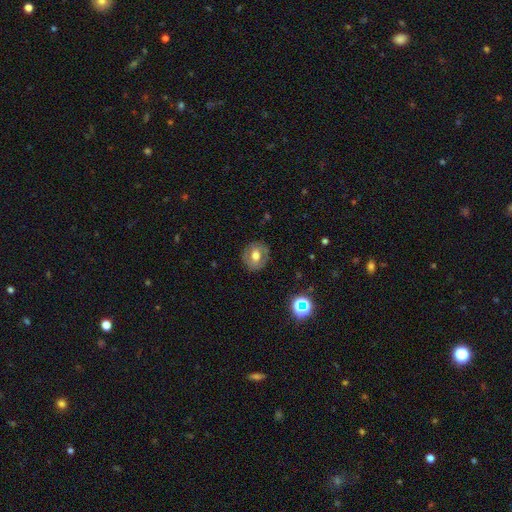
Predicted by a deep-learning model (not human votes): Smooth or featured?
  - smooth: 45% * (tied)
  - featured or disk: 45% * (tied)
  - star or artifact: 10%
Merging?
  - none: 82% *
  - minor disturbance: 12%
  - major disturbance: 5%
  - merger: 1%